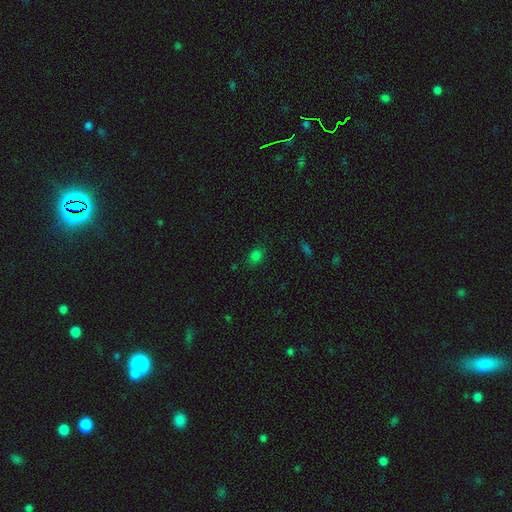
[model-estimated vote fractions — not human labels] This is likely a smooth galaxy (78%). How rounded: possibly in between (60%). Merging: clearly none (81%).